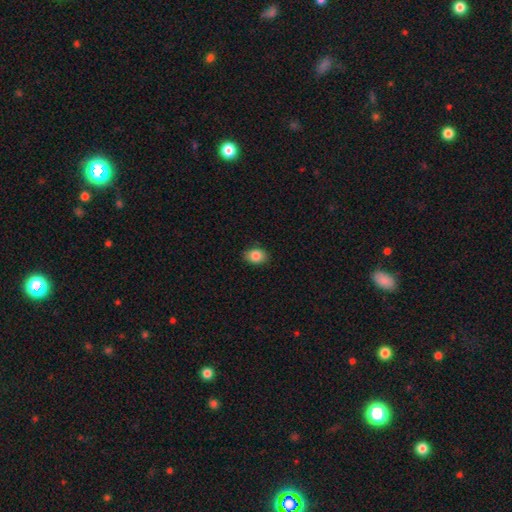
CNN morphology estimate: Overall: smooth (85%). How rounded: in between (68%; round 31%). Merging: none (88%).